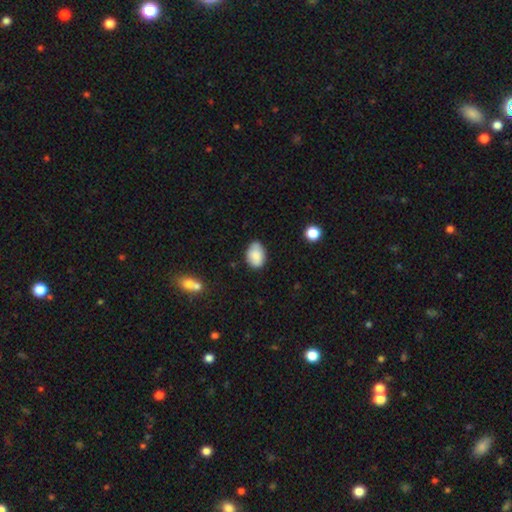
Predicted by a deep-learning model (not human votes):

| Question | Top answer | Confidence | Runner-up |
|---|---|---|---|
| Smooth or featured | smooth | 85% | featured or disk (8%) |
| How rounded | in between | 83% | round (16%) |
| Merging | none | 71% | minor disturbance (24%) |